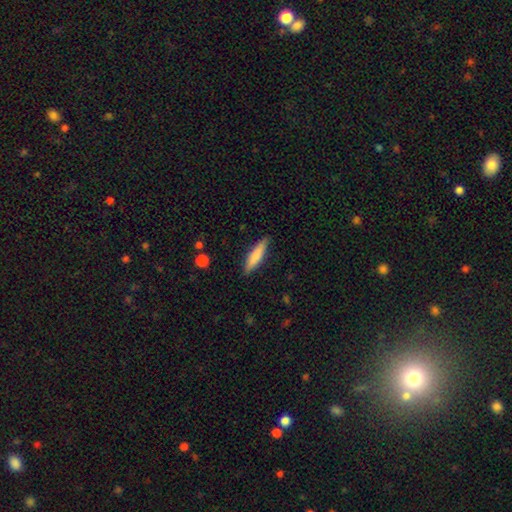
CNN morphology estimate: This appears to be a smooth galaxy with no disk features (74%) that is cigar-shaped (81%). Merging: none (87%).